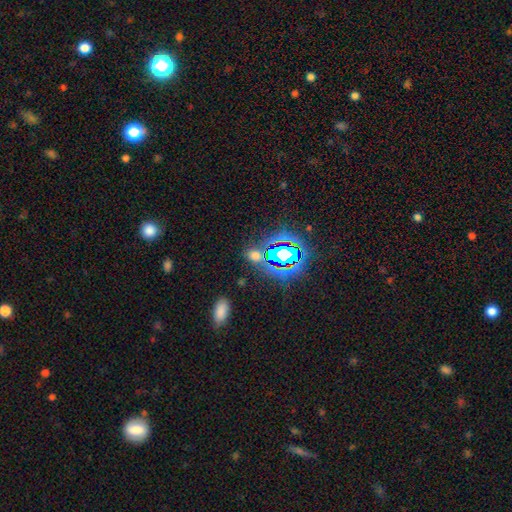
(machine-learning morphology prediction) smooth-or-featured: smooth: 47% | star or artifact: 45% | featured or disk: 8%
  merging: none: 76% | minor disturbance: 11% | merger: 8% | major disturbance: 5%